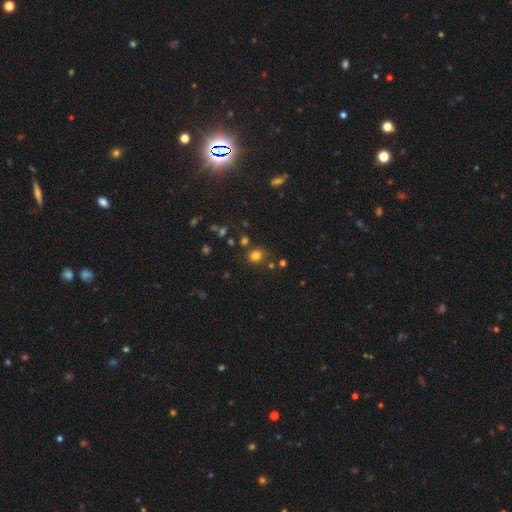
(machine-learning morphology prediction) Smooth or featured? Predicted: smooth (p=0.77). How rounded? Predicted: round (p=0.69). Merging? Predicted: none (p=0.78).